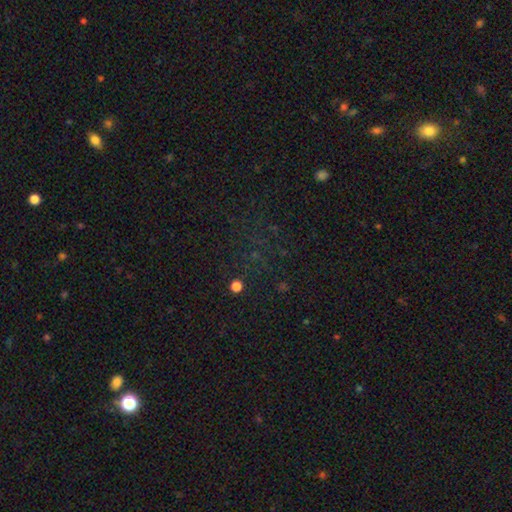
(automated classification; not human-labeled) Smooth or featured? Predicted: star or artifact (p=0.66).